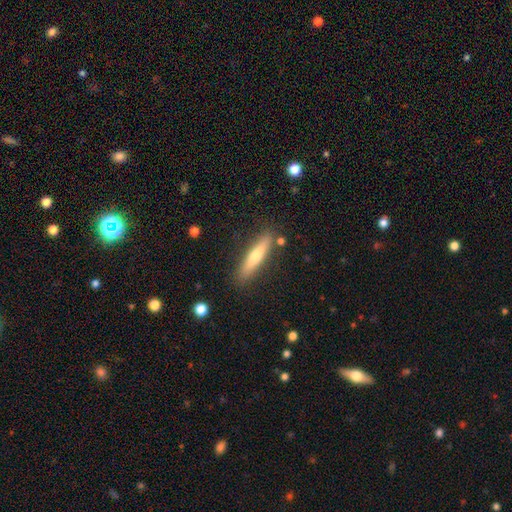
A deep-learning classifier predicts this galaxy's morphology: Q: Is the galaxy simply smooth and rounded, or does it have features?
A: smooth — 56%.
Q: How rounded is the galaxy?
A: cigar-shaped — 86%.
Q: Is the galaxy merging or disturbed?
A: none — 86%.